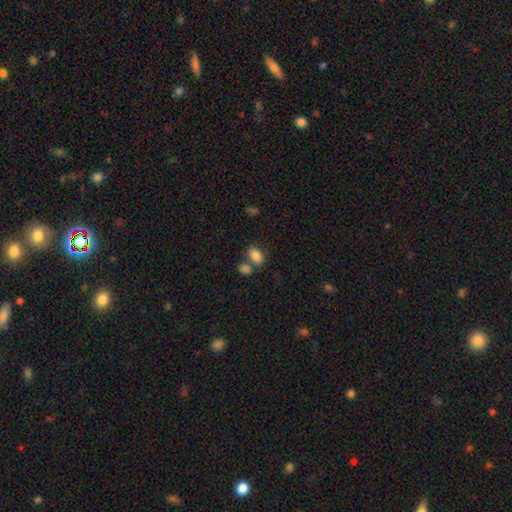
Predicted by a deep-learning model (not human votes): Overall: smooth (84%). How rounded: in between (78%). Merging: none (53%; merger 31%).